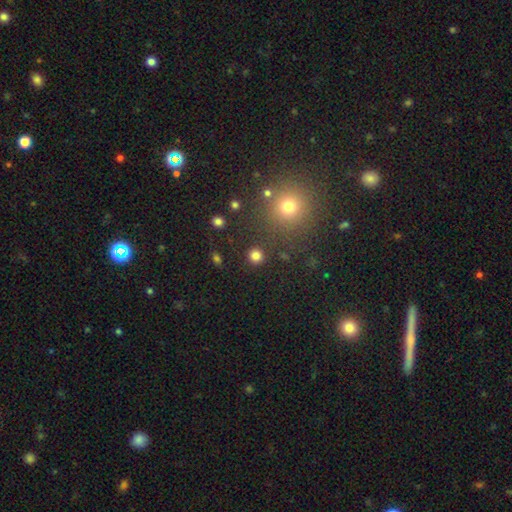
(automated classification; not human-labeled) Smooth or featured? Predicted: smooth (p=0.81). How rounded? Predicted: round (p=0.92). Merging? Predicted: none (p=0.89).